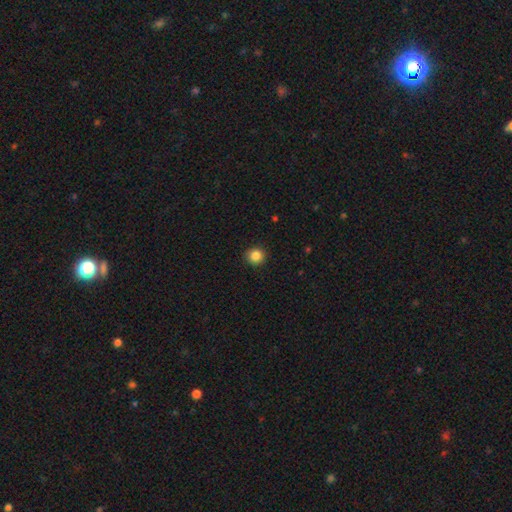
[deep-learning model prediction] This appears to be a smooth galaxy with no disk features (86%) that is round (93%). Merging: none (92%).